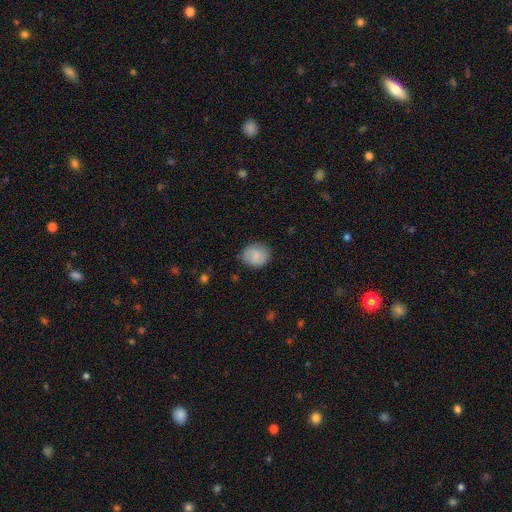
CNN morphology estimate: type=smooth (81%); roundness=round (67%); merging=none (81%).